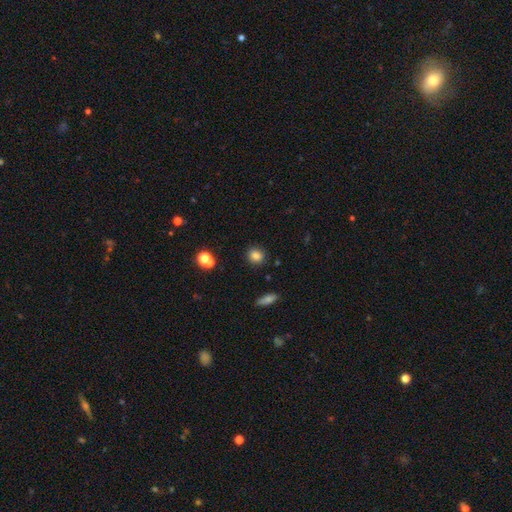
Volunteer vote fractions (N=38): smooth-or-featured: smooth: 97% | featured or disk: 3% | star or artifact: 0%
  how-rounded: round: 70% | in between: 30% | cigar-shaped: 0%
  merging: none: 84% | minor disturbance: 8% | major disturbance: 5% | merger: 3%